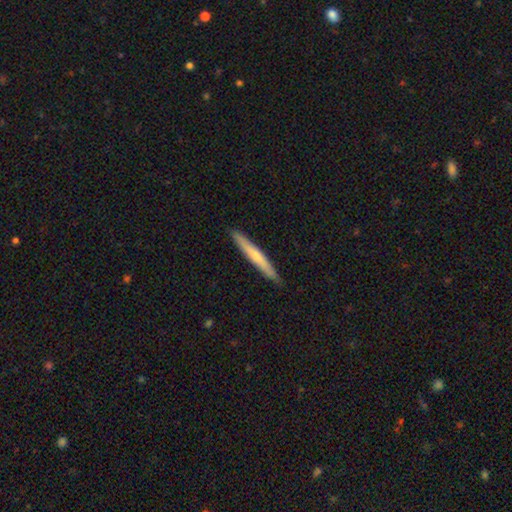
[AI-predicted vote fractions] Smooth or featured? smooth (55%)
How rounded? cigar-shaped (96%)
Merging? none (90%)